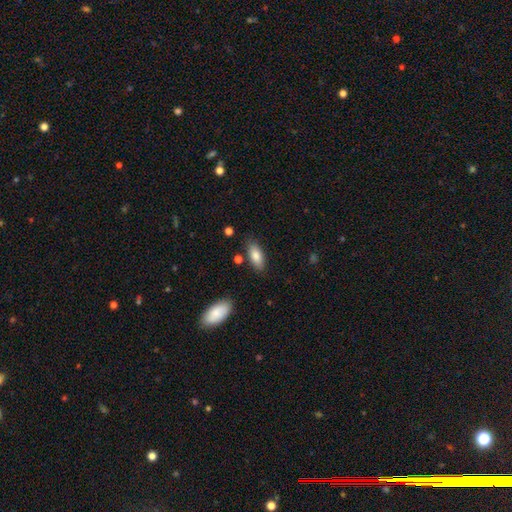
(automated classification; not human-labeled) smooth-or-featured: smooth: 82% | featured or disk: 11% | star or artifact: 7%
  how-rounded: in between: 84% | cigar-shaped: 14% | round: 2%
  merging: none: 81% | minor disturbance: 13% | merger: 3% | major disturbance: 3%